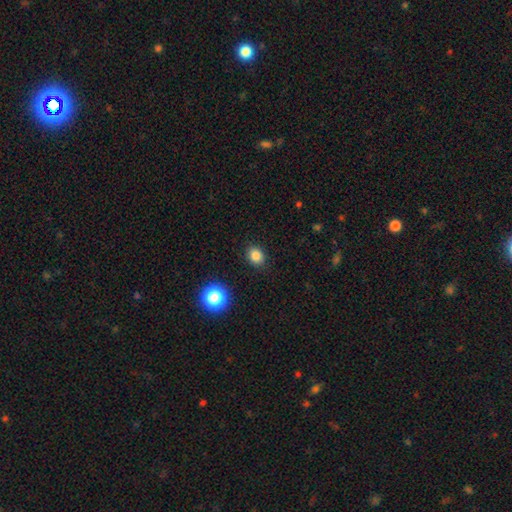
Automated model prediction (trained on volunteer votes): smooth-or-featured: smooth: 83% | star or artifact: 13% | featured or disk: 5%
  how-rounded: round: 55% | in between: 44% | cigar-shaped: 1%
  merging: none: 89% | minor disturbance: 8% | major disturbance: 2% | merger: 1%